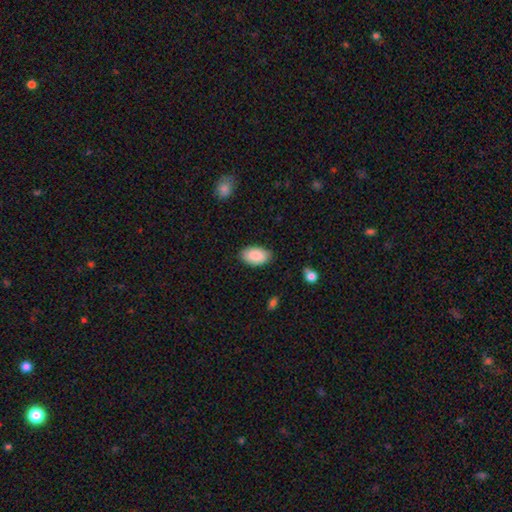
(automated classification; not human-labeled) smooth-or-featured: smooth: 88% | star or artifact: 6% | featured or disk: 6%
  how-rounded: in between: 95% | round: 4% | cigar-shaped: 1%
  merging: none: 84% | minor disturbance: 13% | major disturbance: 2% | merger: 1%